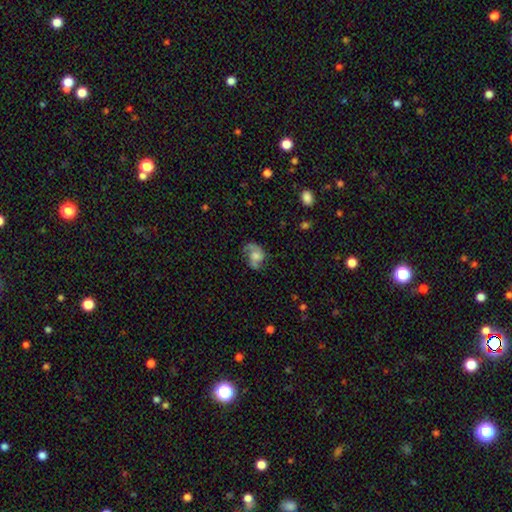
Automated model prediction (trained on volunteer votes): Smooth or featured: featured or disk — 67% (smooth — 24%)
Edge-on disk: no — 97% (yes — 3%)
Bar: no — 67% (weak — 29%)
Spiral arms: yes — 91% (no — 9%)
Spiral winding: medium — 44% (loose — 43%)
Spiral arm count: 2 — 81% (1 — 8%)
Bulge size: moderate — 37% (small — 22%)
Merging: none — 57% (minor disturbance — 23%)